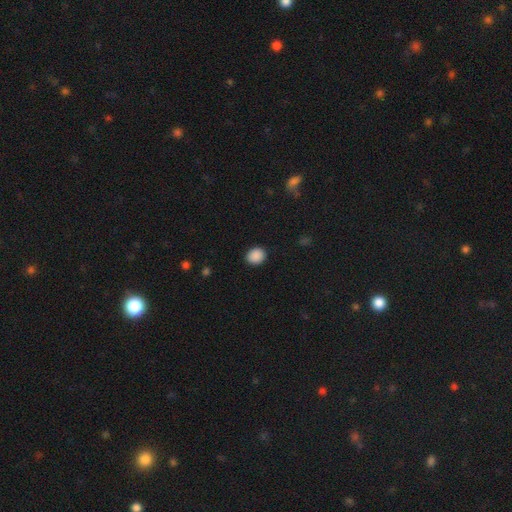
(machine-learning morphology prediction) The model was most divided on "how rounded": round: 66%, in between: 33%, cigar-shaped: 1%. More confident: merging — none (89%); smooth or featured — smooth (89%).